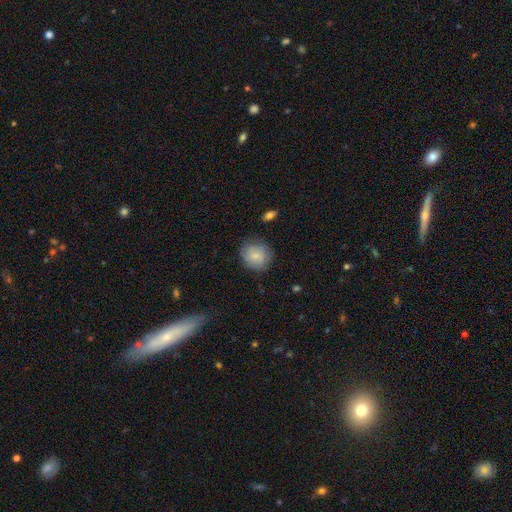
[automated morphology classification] smooth_or_featured: smooth (p=0.80) [alt: featured or disk p=0.13]
how_rounded: round (p=0.79) [alt: in between p=0.20]
merging: none (p=0.78) [alt: minor disturbance p=0.16]